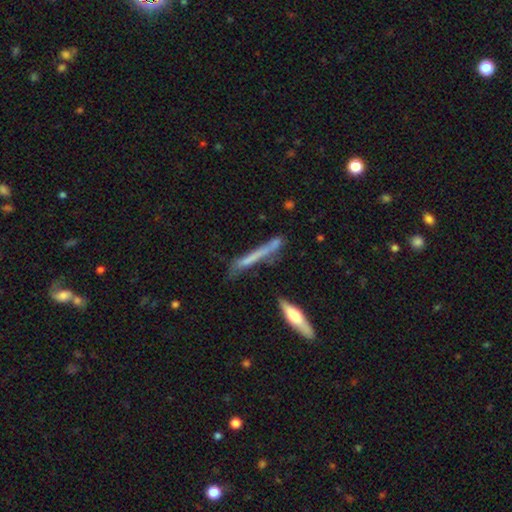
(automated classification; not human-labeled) This is possibly a smooth galaxy (50%). Merging: likely none (69%).